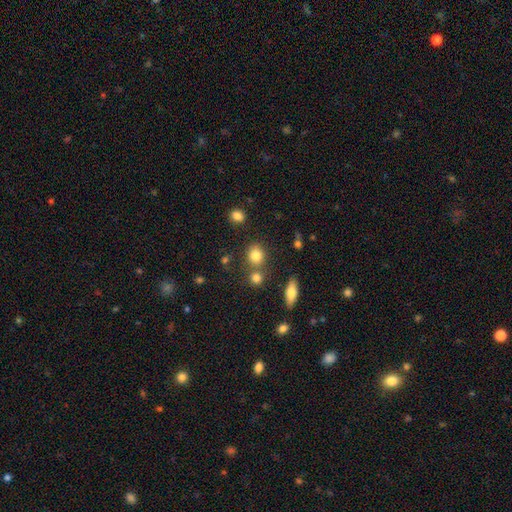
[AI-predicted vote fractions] Smooth or featured? Predicted: smooth (p=0.80). How rounded? Predicted: round (p=0.72). Merging? Predicted: none (p=0.66).